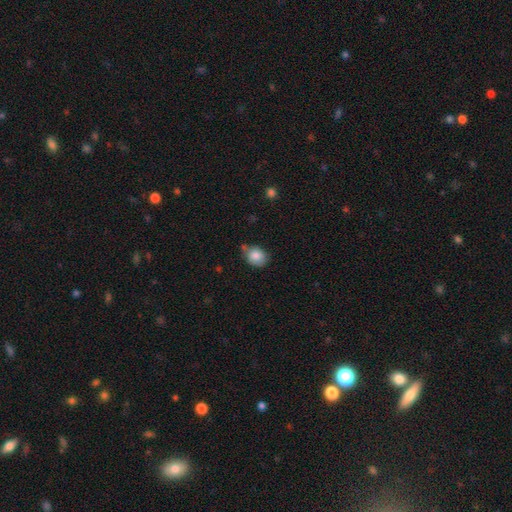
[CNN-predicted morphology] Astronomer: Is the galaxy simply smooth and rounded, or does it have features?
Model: smooth — 83%.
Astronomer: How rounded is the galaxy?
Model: round — 52% (runner-up: in between, 47%).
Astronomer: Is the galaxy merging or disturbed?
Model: none — 63%.